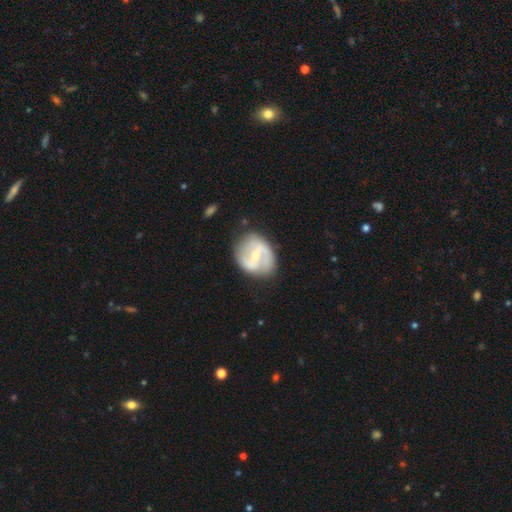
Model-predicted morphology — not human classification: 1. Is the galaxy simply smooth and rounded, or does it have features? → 78% featured or disk, 17% smooth, 5% star or artifact.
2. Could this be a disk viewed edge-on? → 97% no, 3% yes.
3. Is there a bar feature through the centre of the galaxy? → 47% weak, 35% strong, 18% no.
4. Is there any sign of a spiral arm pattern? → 86% yes, 14% no.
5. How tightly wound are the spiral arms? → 45% medium, 36% loose, 19% tight.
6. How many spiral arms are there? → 85% 2, 8% can't tell, 3% 1, 2% 3, 1% 4, 1% more than 4.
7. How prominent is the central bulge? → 58% small, 36% moderate, 4% none, 2% large, 1% dominant.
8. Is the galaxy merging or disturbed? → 72% none, 19% minor disturbance, 7% major disturbance, 2% merger.